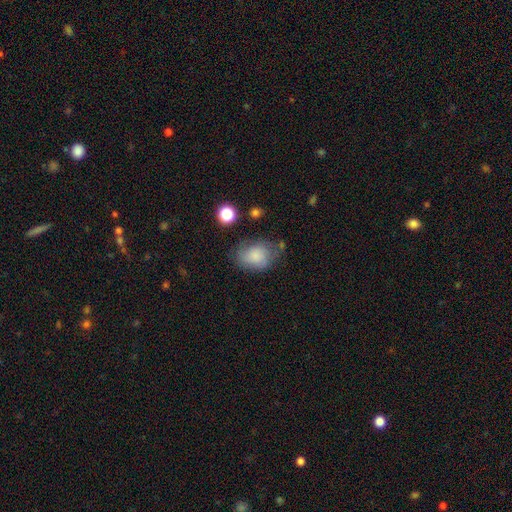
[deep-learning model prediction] The model was most divided on "how rounded": in between: 62%, round: 37%, cigar-shaped: 1%. More confident: smooth or featured — smooth (76%); merging — none (55%).